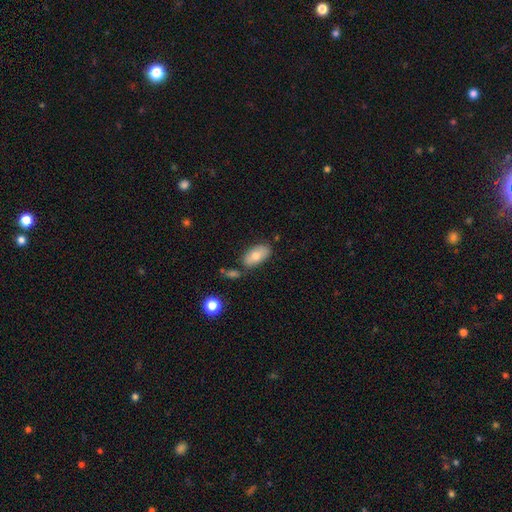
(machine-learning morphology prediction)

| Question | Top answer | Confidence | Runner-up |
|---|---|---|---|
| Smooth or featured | smooth | 74% | featured or disk (19%) |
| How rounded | in between | 92% | cigar-shaped (5%) |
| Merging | none | 71% | minor disturbance (17%) |